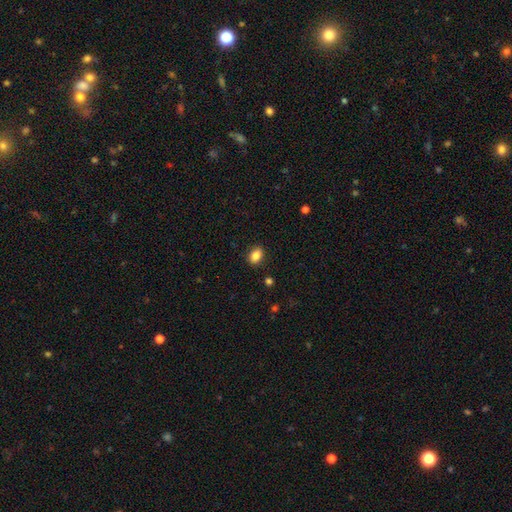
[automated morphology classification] smooth 86%, star or artifact 9%, featured or disk 5%. Down the decision tree: how rounded — in between (77%); merging — none (87%).